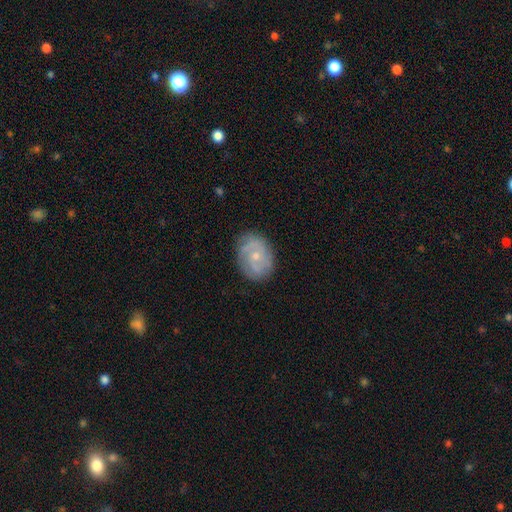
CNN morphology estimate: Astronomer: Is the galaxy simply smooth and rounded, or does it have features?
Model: featured or disk — 65%.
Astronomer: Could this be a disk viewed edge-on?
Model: no — 97%.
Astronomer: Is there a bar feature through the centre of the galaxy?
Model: no — 74%.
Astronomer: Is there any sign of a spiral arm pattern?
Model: yes — 83%.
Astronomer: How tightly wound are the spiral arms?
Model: tight — 47% (runner-up: medium, 39%).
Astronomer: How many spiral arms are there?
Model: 2 — 47% (runner-up: can't tell, 30%).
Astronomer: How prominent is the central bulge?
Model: small — 66%.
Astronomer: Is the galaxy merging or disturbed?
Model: none — 78%.